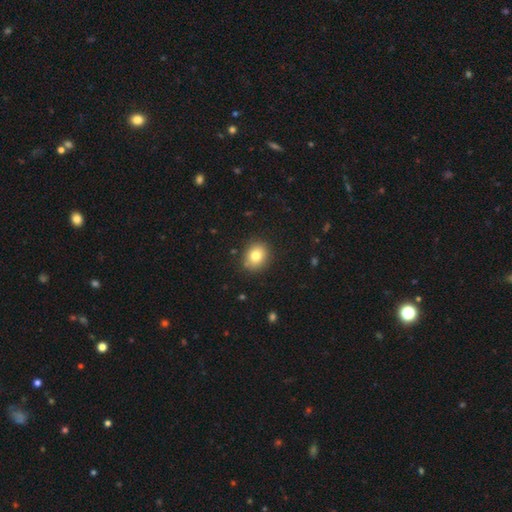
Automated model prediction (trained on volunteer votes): smooth 79%, star or artifact 10%, featured or disk 10%. Down the decision tree: how rounded — round (68%); merging — none (88%).